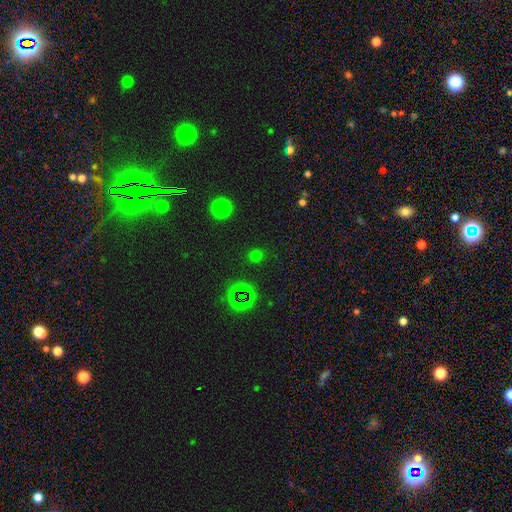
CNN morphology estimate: Overall: smooth (58%; star or artifact 37%). How rounded: round (87%). Merging: none (87%).